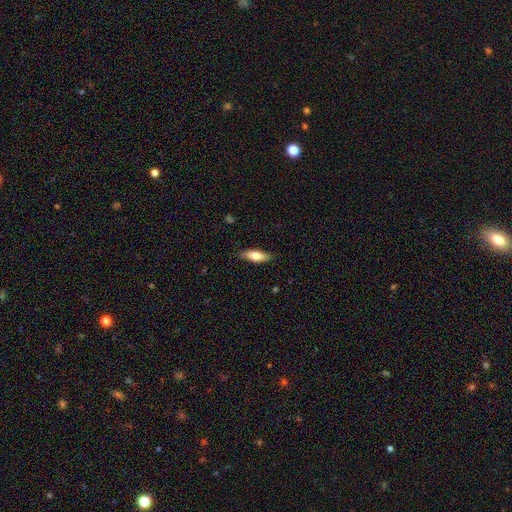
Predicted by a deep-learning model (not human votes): A smooth galaxy with no disk features (71%) that is in between round and cigar-shaped (68%). Merging: none (82%).